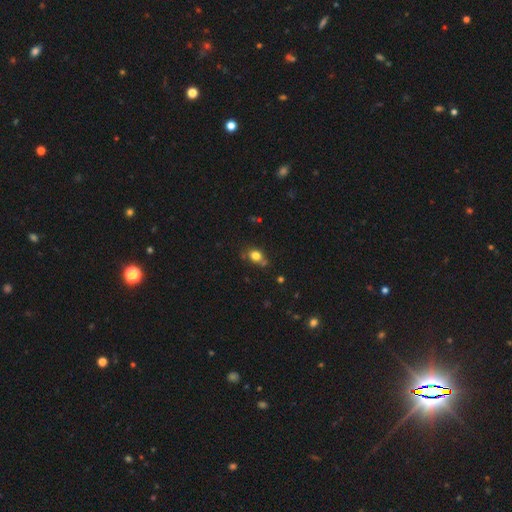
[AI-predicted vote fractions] Smooth or featured? smooth (77%)
How rounded? in between (52%)
Merging? none (62%)